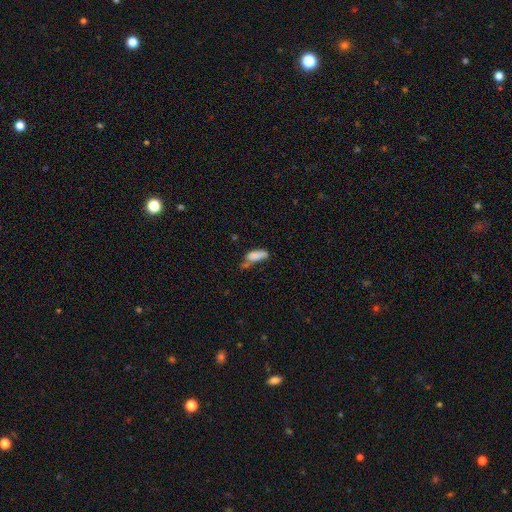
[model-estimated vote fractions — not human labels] This appears to be a smooth galaxy with no disk features (79%) that is in between round and cigar-shaped (72%). Merging: minor disturbance (30%, tied with none).